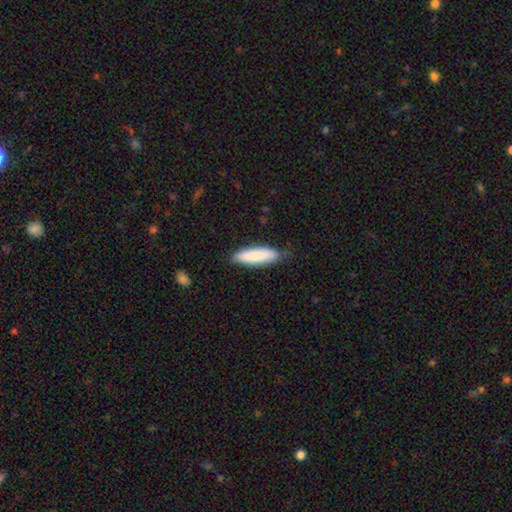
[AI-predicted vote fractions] smooth 84%, featured or disk 10%, star or artifact 5%. Down the decision tree: how rounded — cigar-shaped (63%); merging — none (80%).